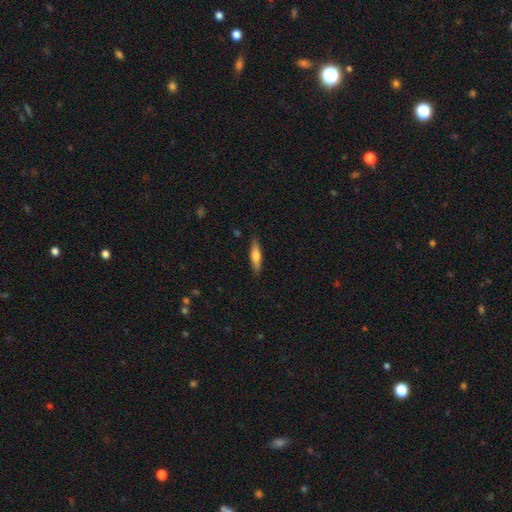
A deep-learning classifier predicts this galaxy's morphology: This is likely a smooth galaxy (61%). How rounded: likely cigar-shaped (71%). Merging: clearly none (87%).